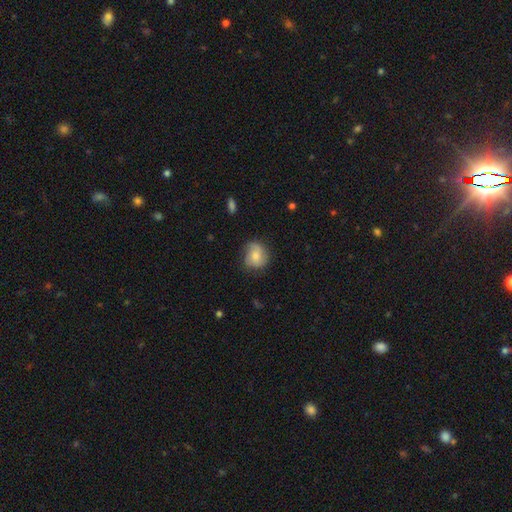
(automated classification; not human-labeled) This appears to be a smooth galaxy with no disk features (59%) that is round (79%). Merging: none (67%).